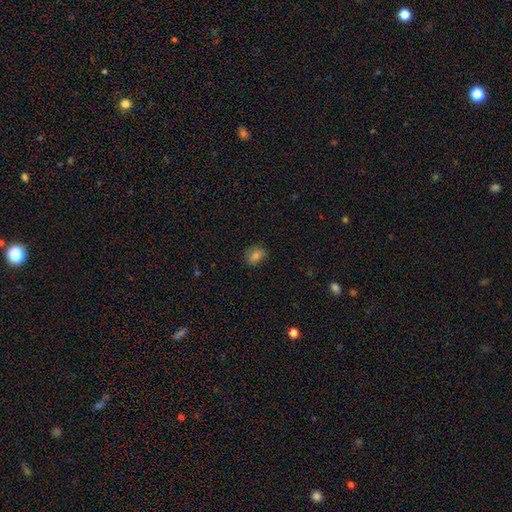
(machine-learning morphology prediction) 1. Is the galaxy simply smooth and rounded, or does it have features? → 76% smooth, 13% star or artifact, 11% featured or disk.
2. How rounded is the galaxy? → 57% round, 42% in between, 1% cigar-shaped.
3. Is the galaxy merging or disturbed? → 77% none, 18% minor disturbance, 3% major disturbance, 1% merger.